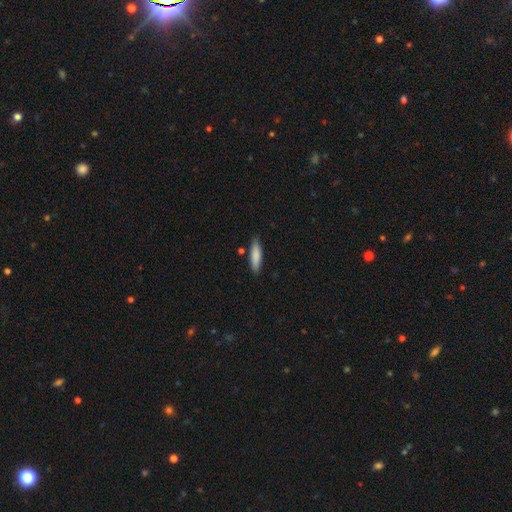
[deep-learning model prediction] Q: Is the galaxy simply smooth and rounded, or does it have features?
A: smooth — 84%.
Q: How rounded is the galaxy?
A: cigar-shaped — 70%.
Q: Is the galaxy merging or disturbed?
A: none — 84%.